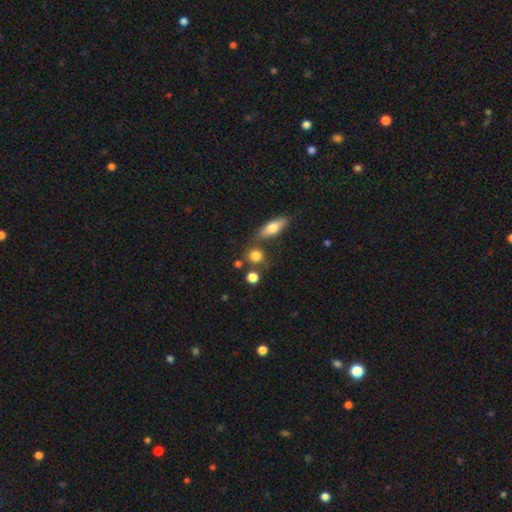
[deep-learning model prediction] Overall: smooth (80%). How rounded: round (80%). Merging: none (66%).